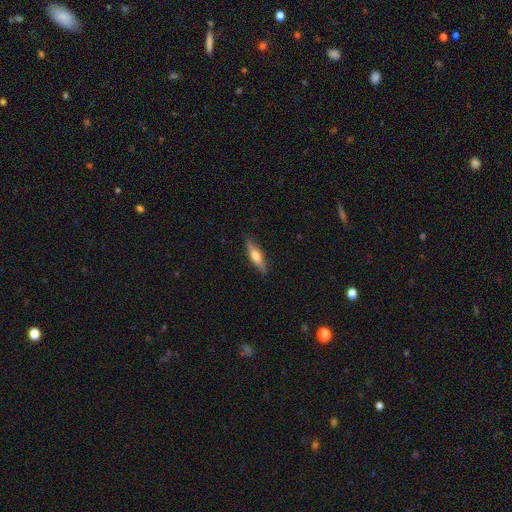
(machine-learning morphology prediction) Overall: featured or disk (54%; smooth 40%). Edge-on disk: yes (95%). Edge-on bulge: rounded (88%). Merging: none (88%).